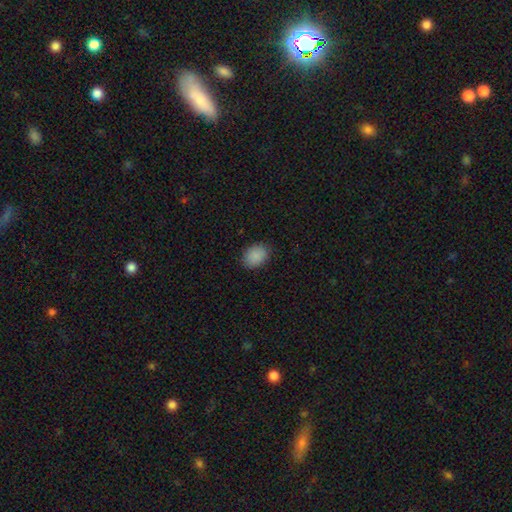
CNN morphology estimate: The model was most divided on "how rounded": in between: 60%, round: 39%, cigar-shaped: 1%. More confident: smooth or featured — smooth (89%); merging — none (86%).